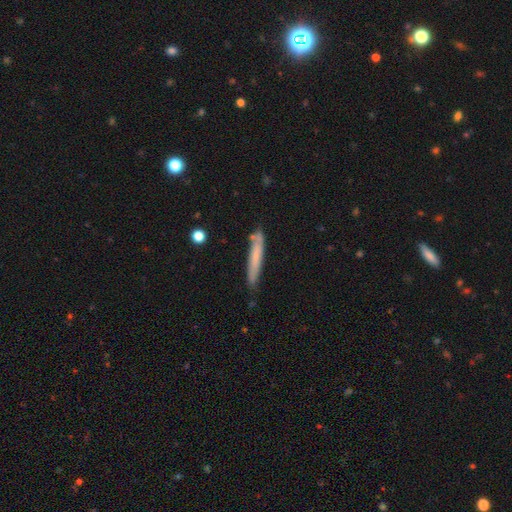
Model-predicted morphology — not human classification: This appears to be a smooth galaxy with no disk features (62%) that is cigar-shaped (94%). Merging: none (74%).